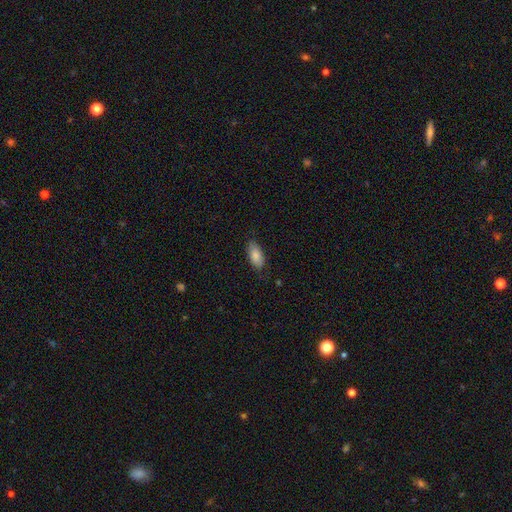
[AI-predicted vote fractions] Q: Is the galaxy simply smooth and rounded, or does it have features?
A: smooth — 85%.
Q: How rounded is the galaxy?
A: in between — 91%.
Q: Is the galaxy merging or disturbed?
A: none — 78%.